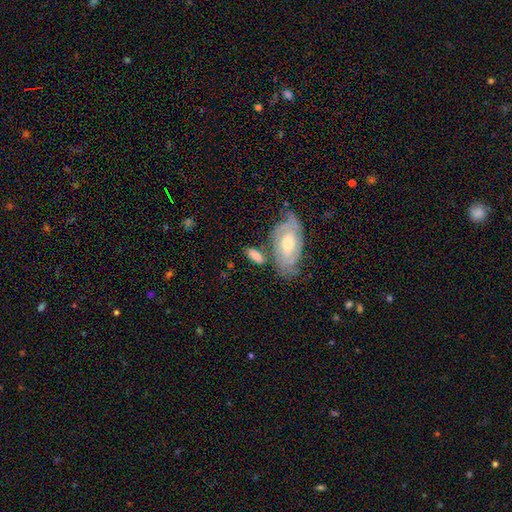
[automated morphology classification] Smooth or featured? smooth (62%)
How rounded? in between (83%)
Merging? none (58%)